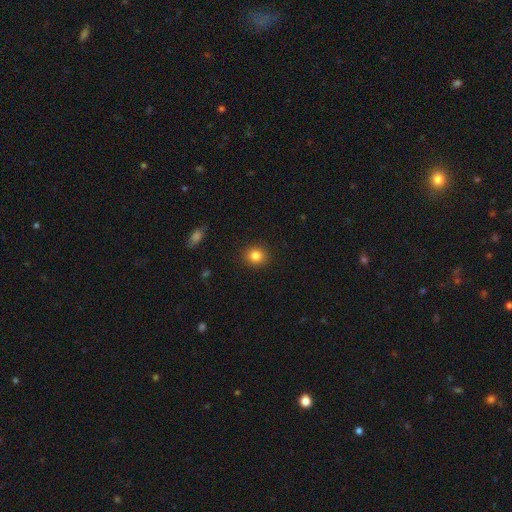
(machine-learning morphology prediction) Overall: smooth (84%). How rounded: round (81%). Merging: none (91%).